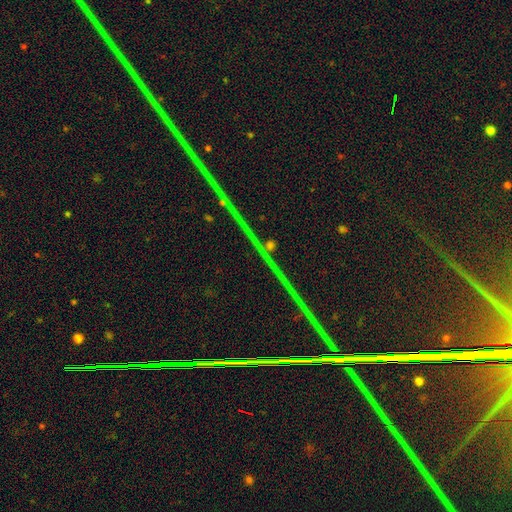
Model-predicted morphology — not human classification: A star or artifact, not a galaxy (74%).